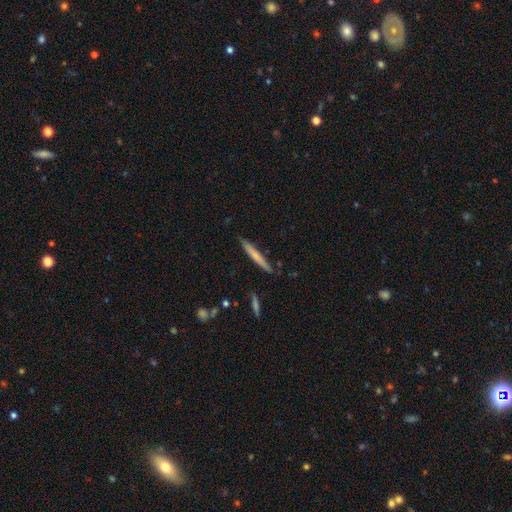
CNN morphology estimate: Smooth or featured? Predicted: smooth (p=0.64). How rounded? Predicted: cigar-shaped (p=0.96). Merging? Predicted: none (p=0.87).